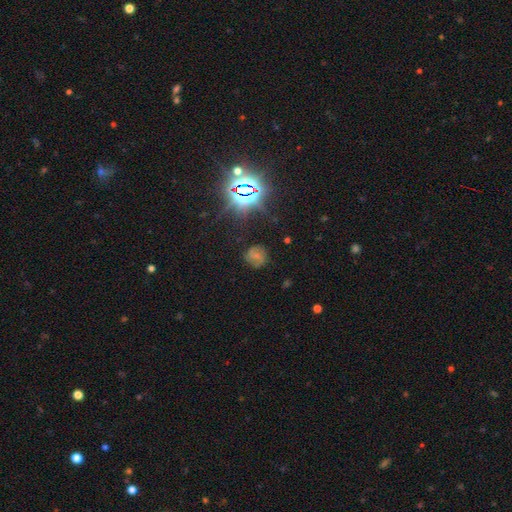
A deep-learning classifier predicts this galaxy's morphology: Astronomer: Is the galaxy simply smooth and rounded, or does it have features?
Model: smooth — 40% (runner-up: featured or disk, 37%).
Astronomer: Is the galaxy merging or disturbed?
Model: none — 73%.